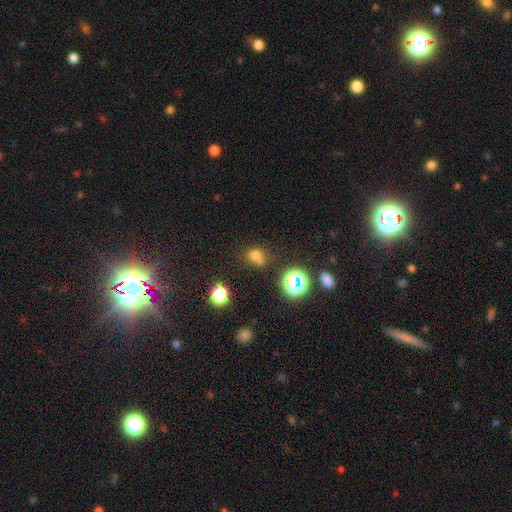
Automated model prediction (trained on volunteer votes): The model was most divided on "how rounded": round: 59%, in between: 40%, cigar-shaped: 1%. More confident: smooth or featured — smooth (66%); merging — none (54%).